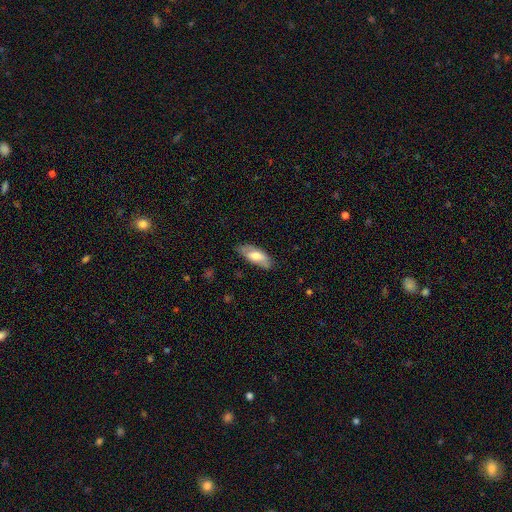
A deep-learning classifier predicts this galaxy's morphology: A smooth galaxy with no disk features (63%) that is in between round and cigar-shaped (79%).

Vote fractions:
- Smooth or featured? smooth: 63% / featured or disk: 31% / star or artifact: 6%
- How rounded? in between: 79% / cigar-shaped: 18% / round: 2%
- Merging? none: 76% / minor disturbance: 19% / major disturbance: 4% / merger: 1%